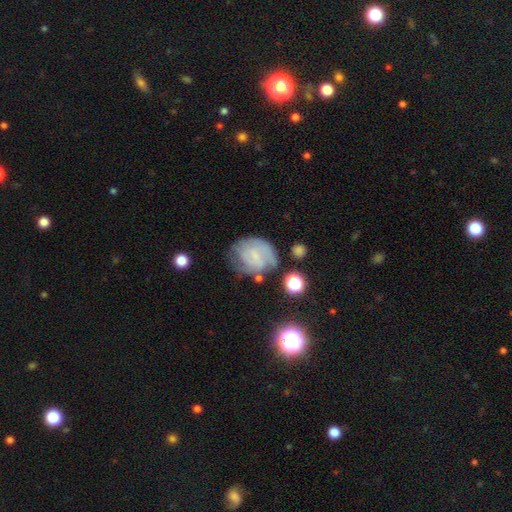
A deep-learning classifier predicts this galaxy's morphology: smooth_or_featured: featured or disk (p=0.53) [alt: smooth p=0.38]
disk_edge_on: no (p=0.97) [alt: yes p=0.03]
bar: no (p=0.52) [alt: weak p=0.40]
has_spiral_arms: yes (p=0.76) [alt: no p=0.24]
bulge_size: small (p=0.51) [alt: none p=0.34]
merging: none (p=0.49) [alt: minor disturbance p=0.28]